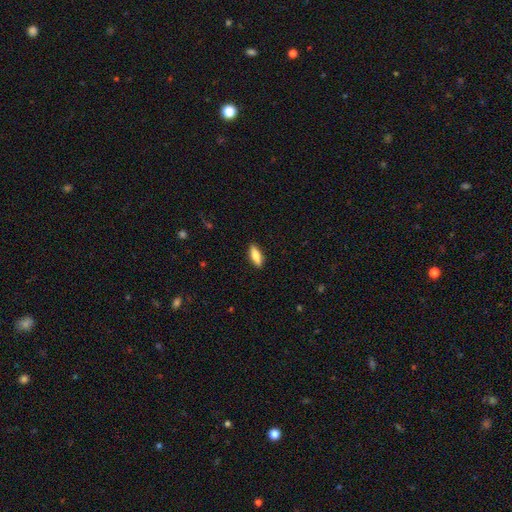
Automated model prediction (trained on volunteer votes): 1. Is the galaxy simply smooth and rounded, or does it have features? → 80% smooth, 14% featured or disk, 6% star or artifact.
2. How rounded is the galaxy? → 62% in between, 36% cigar-shaped, 2% round.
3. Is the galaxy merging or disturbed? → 88% none, 9% minor disturbance, 2% major disturbance, 1% merger.